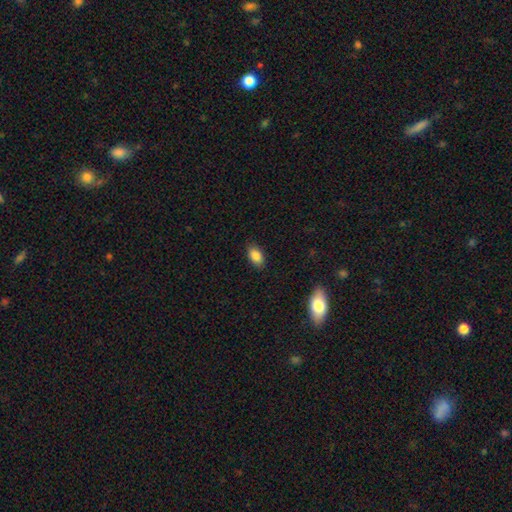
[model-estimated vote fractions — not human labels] This appears to be a smooth galaxy with no disk features (86%) that is in between round and cigar-shaped (91%). Merging: none (87%).